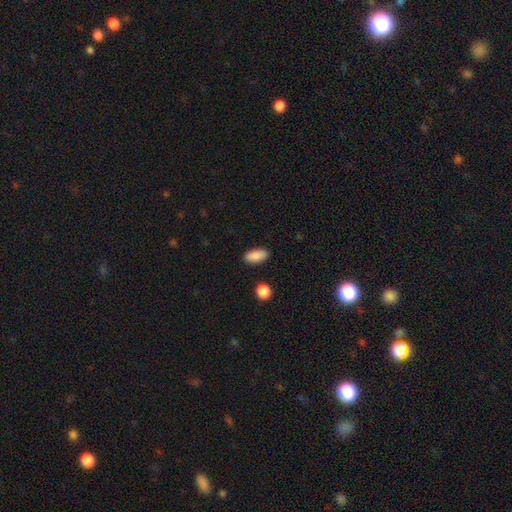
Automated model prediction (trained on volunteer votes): Smooth or featured? Predicted: smooth (p=0.88). How rounded? Predicted: in between (p=0.89). Merging? Predicted: none (p=0.89).